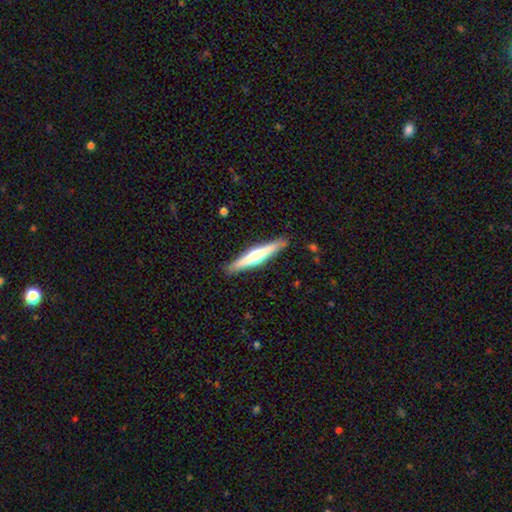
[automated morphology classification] Smooth or featured?
  - featured or disk: 52% *
  - smooth: 43%
  - star or artifact: 5%
Edge-on disk?
  - yes: 96% *
  - no: 4%
Edge-on bulge?
  - rounded: 72% *
  - none: 16%
  - boxy: 13%
Merging?
  - none: 89% *
  - minor disturbance: 8%
  - major disturbance: 2%
  - merger: 1%